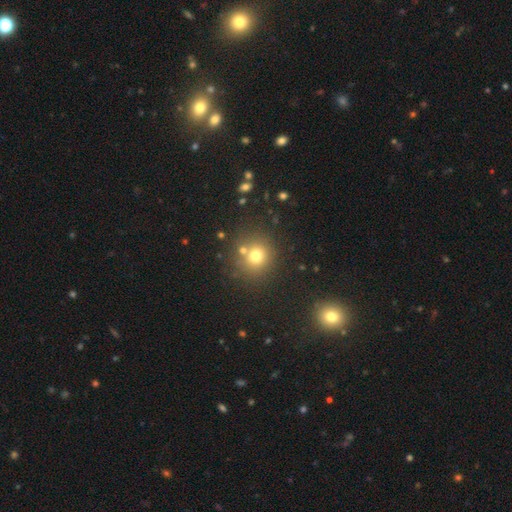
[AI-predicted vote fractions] A smooth galaxy with no disk features (72%) that is round (87%). Merging: none (74%).